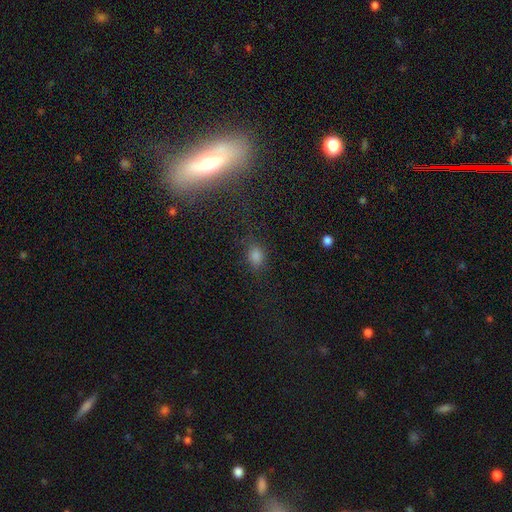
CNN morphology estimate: Smooth or featured: smooth — 69% (star or artifact — 24%)
How rounded: in between — 56% (round — 41%)
Merging: none — 78% (minor disturbance — 14%)